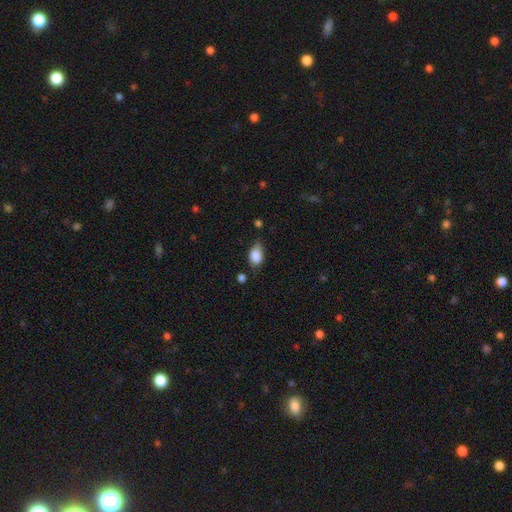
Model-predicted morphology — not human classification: This appears to be a smooth galaxy with no disk features (85%) that is in between round and cigar-shaped (85%). Merging: none (51%).